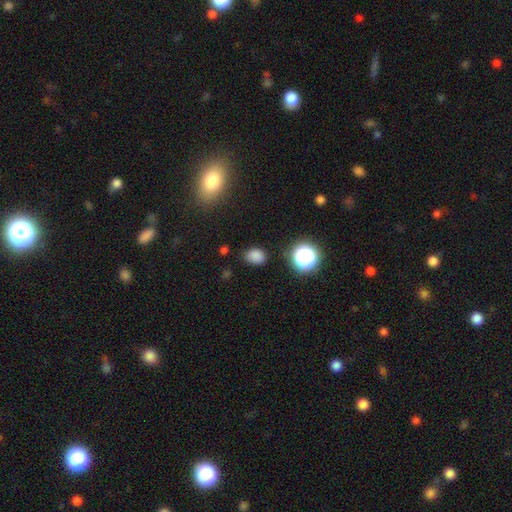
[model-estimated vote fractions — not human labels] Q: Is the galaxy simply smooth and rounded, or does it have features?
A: smooth — 80%.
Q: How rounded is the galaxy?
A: in between — 62%.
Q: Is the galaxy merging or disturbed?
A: none — 80%.